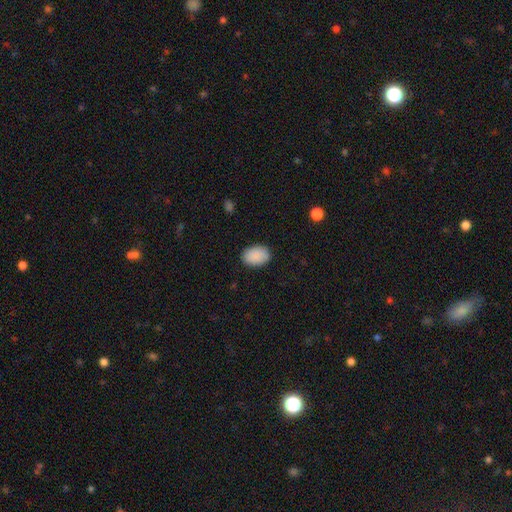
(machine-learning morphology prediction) Smooth or featured?
  - smooth: 90% *
  - star or artifact: 7%
  - featured or disk: 3%
How rounded?
  - in between: 83% *
  - round: 16%
  - cigar-shaped: 1%
Merging?
  - none: 86% *
  - minor disturbance: 10%
  - major disturbance: 2%
  - merger: 1%